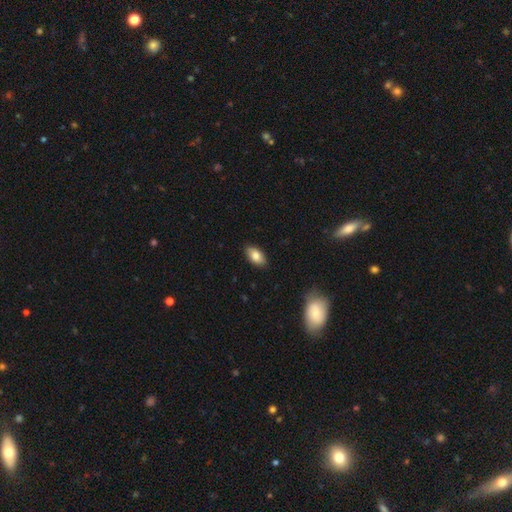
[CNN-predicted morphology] smooth 83%, featured or disk 10%, star or artifact 7%. Down the decision tree: how rounded — in between (92%); merging — none (87%).